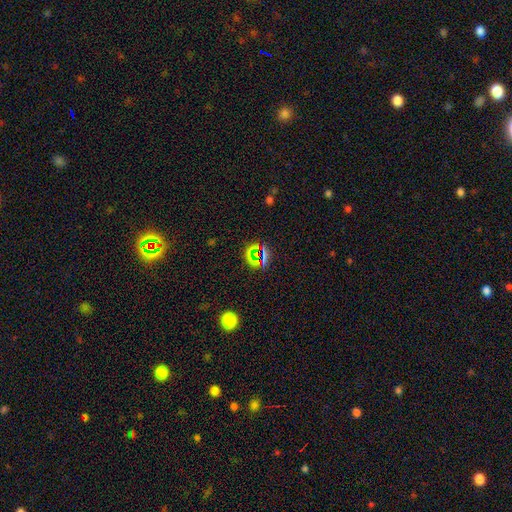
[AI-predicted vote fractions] smooth-or-featured: star or artifact: 68% | smooth: 23% | featured or disk: 9%